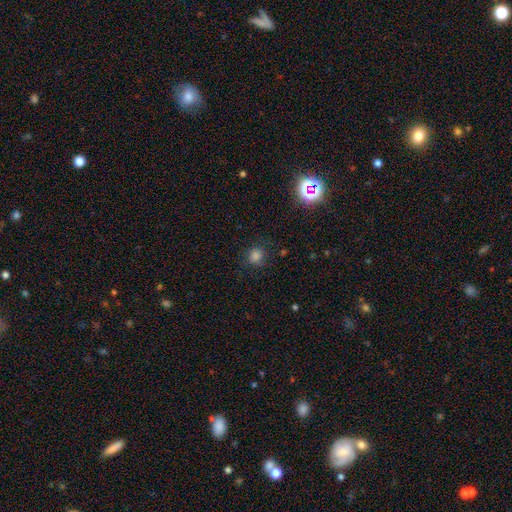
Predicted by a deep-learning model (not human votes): Smooth or featured? Predicted: smooth (p=0.72). How rounded? Predicted: round (p=0.87). Merging? Predicted: none (p=0.78).